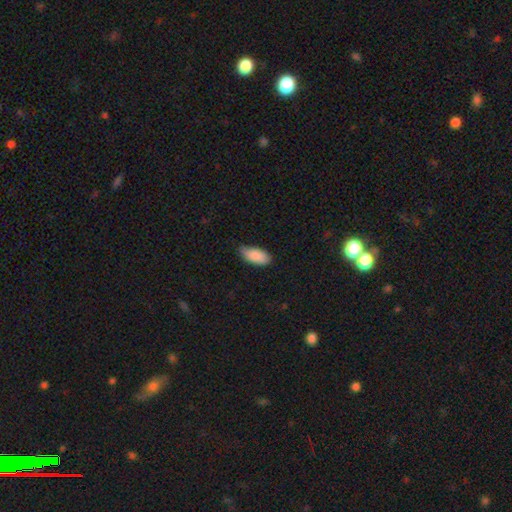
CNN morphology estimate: smooth 89%, star or artifact 6%, featured or disk 5%. Down the decision tree: how rounded — in between (91%); merging — none (66%).